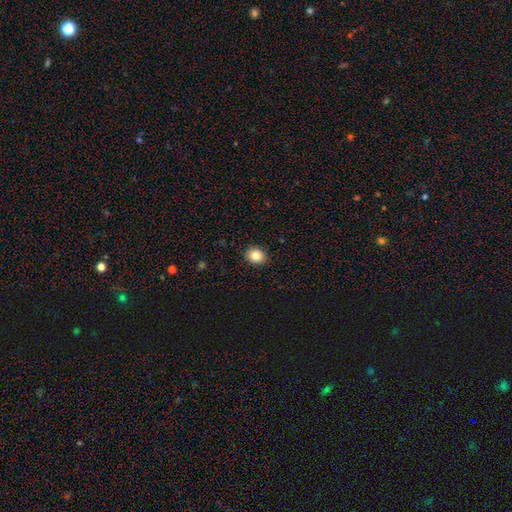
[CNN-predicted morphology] The model was most divided on "how rounded": round: 67%, in between: 32%, cigar-shaped: 1%. More confident: merging — none (91%); smooth or featured — smooth (83%).